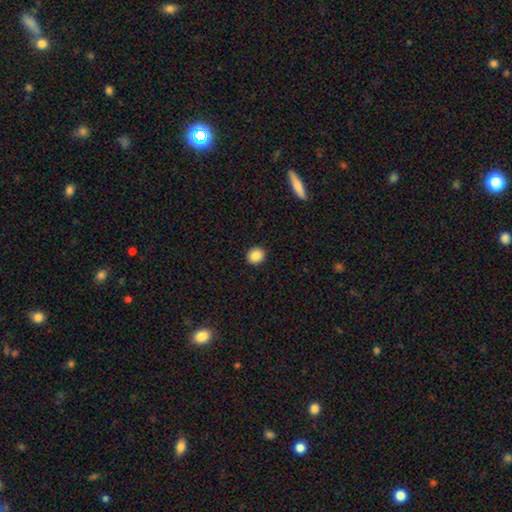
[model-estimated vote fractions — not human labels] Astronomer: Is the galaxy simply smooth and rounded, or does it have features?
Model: smooth — 87%.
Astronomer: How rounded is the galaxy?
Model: round — 76%.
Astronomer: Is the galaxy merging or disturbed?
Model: none — 92%.